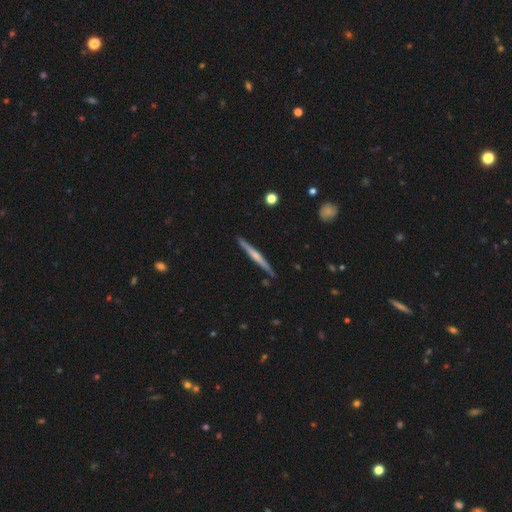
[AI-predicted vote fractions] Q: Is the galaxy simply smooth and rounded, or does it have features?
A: featured or disk — 59%.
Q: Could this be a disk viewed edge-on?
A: yes — 98%.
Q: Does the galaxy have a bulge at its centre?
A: rounded — 48%.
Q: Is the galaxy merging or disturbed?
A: none — 90%.